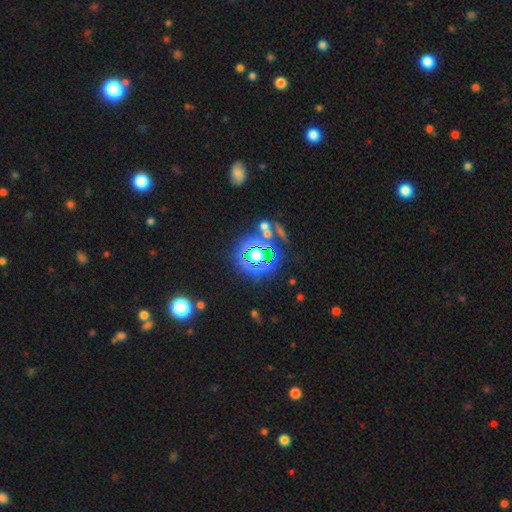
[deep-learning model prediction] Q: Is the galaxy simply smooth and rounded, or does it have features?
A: star or artifact — 79%.